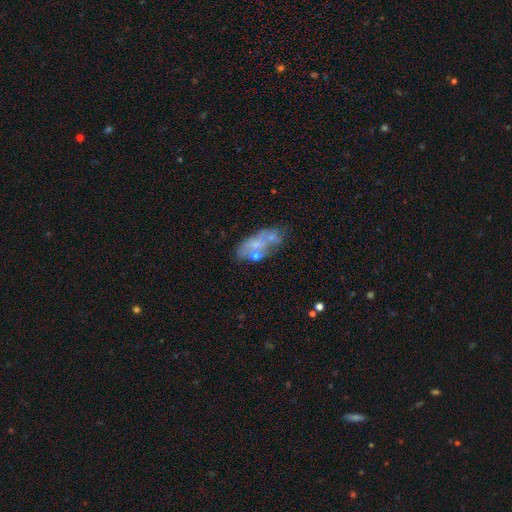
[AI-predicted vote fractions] smooth_or_featured: featured or disk (p=0.45) [alt: smooth p=0.43]
merging: none (p=0.40) [alt: minor disturbance p=0.22]